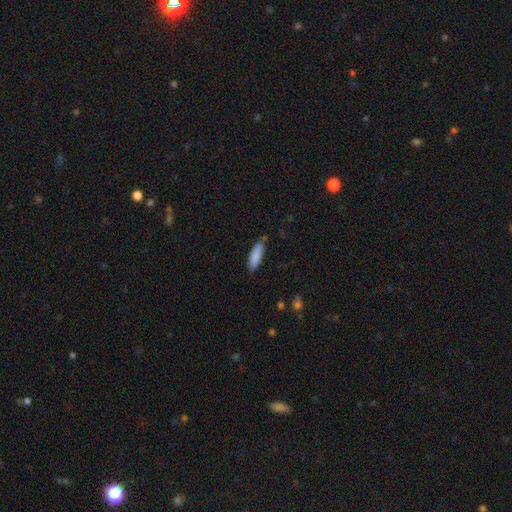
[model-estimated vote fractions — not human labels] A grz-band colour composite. It shows a smooth galaxy with no disk features (87%) that is cigar-shaped (54%). Merging: none (82%).